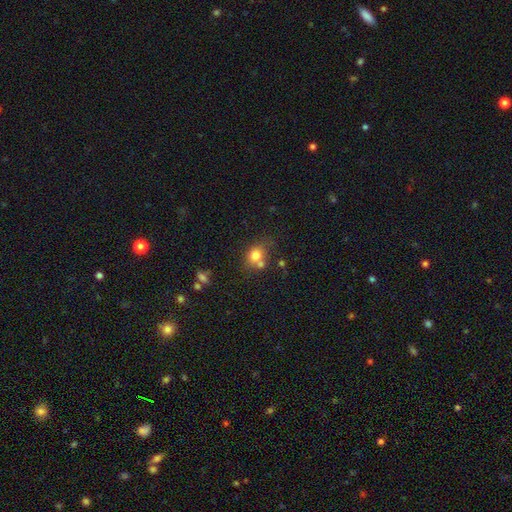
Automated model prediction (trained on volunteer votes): Smooth or featured? smooth (77%)
How rounded? round (61%)
Merging? none (52%)